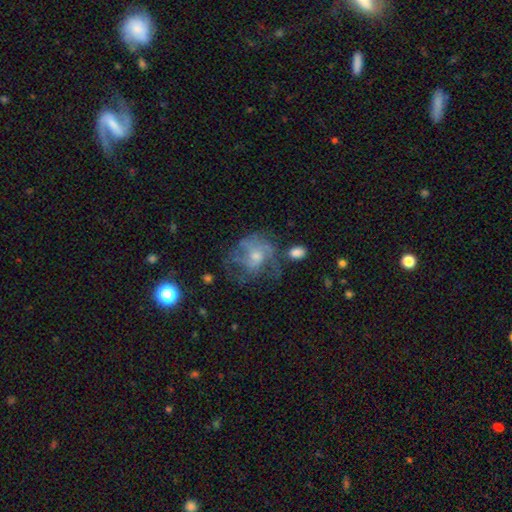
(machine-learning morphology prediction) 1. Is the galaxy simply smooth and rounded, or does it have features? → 65% featured or disk, 24% smooth, 12% star or artifact.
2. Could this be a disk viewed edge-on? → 97% no, 3% yes.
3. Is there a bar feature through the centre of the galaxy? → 72% no, 24% weak, 4% strong.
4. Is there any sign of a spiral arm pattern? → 67% yes, 33% no.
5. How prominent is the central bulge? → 49% small, 41% moderate, 6% none, 3% large, 1% dominant.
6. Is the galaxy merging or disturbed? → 44% none, 30% major disturbance, 22% minor disturbance, 5% merger.